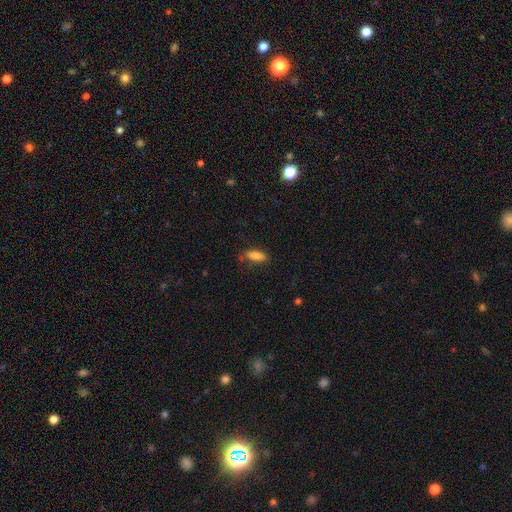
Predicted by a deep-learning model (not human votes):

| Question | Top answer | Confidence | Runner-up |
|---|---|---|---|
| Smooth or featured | smooth | 82% | featured or disk (10%) |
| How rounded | in between | 70% | cigar-shaped (28%) |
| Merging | none | 72% | minor disturbance (20%) |